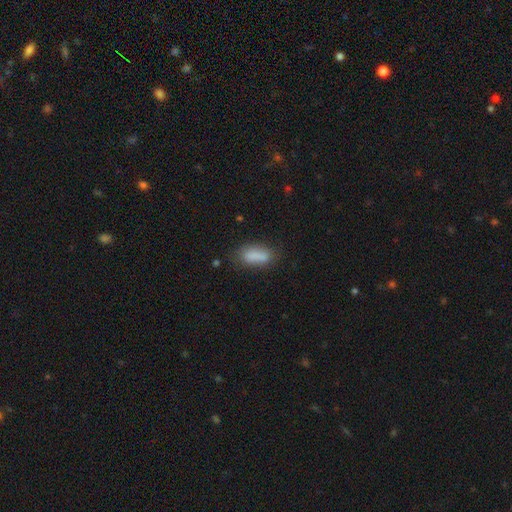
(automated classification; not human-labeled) smooth-or-featured: smooth: 83% | featured or disk: 9% | star or artifact: 8%
  how-rounded: in between: 74% | cigar-shaped: 23% | round: 3%
  merging: none: 66% | minor disturbance: 22% | major disturbance: 7% | merger: 5%